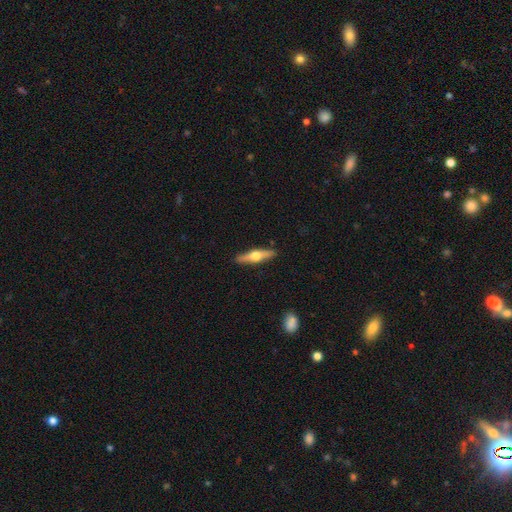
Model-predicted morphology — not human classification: type=featured or disk (64%); edge-on=yes (96%); edge-on bulge=rounded (96%); merging=none (91%).